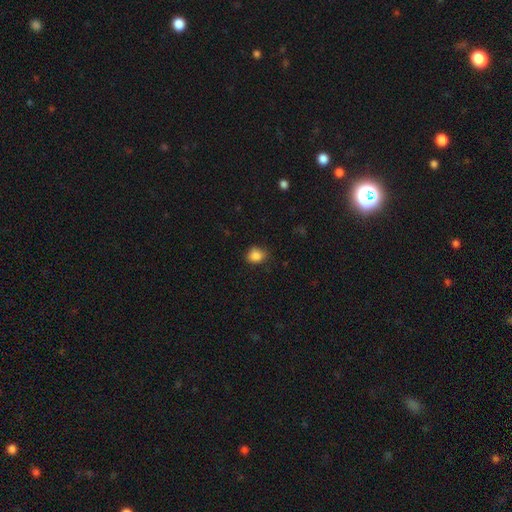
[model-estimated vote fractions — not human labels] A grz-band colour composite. It shows a smooth galaxy with no disk features (86%) that is round (67%). Merging: none (71%).